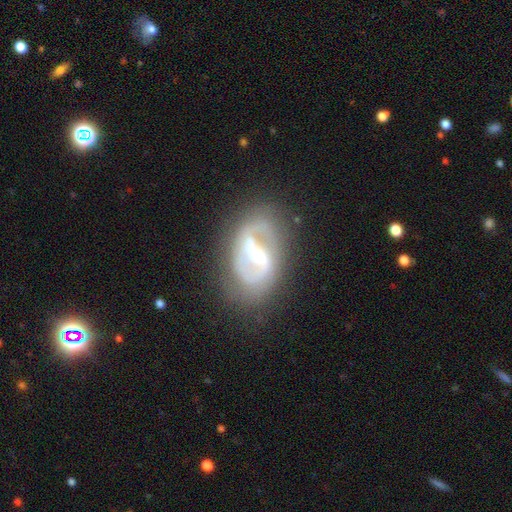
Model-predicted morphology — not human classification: smooth-or-featured: featured or disk: 81% | smooth: 12% | star or artifact: 6%
  disk-edge-on: no: 95% | yes: 5%
    bar: strong: 61% | weak: 30% | no: 8%
    has-spiral-arms: yes: 77% | no: 23%
      spiral-winding: medium: 47% | tight: 29% | loose: 24%
      spiral-arm-count: 2: 78% | can't tell: 11% | 1: 7% | 3: 2% | 4: 1% | more than 4: 1%
    bulge-size: moderate: 48% | small: 37% | large: 8% | none: 5% | dominant: 1%
  merging: none: 71% | minor disturbance: 17% | major disturbance: 10% | merger: 2%